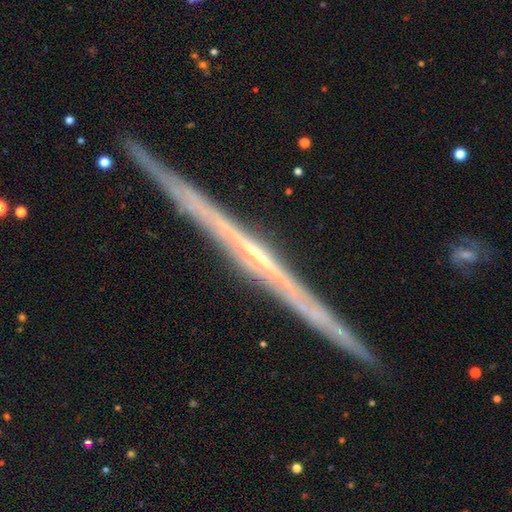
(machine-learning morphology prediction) Smooth or featured? featured or disk (80%)
Edge-on disk? yes (97%)
Edge-on bulge? none (57%)
Merging? none (90%)